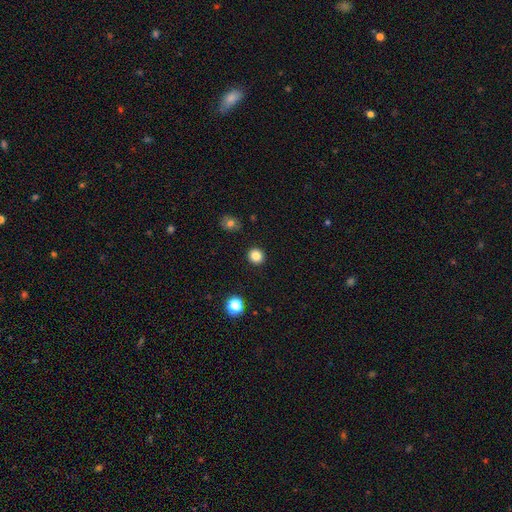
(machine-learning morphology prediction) A smooth galaxy with no disk features (84%) that is round (87%). Merging: none (91%).